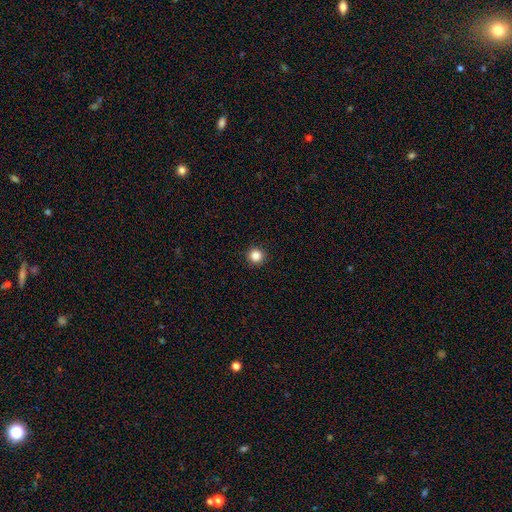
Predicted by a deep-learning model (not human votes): smooth-or-featured: smooth: 86% | star or artifact: 11% | featured or disk: 3%
  how-rounded: round: 96% | in between: 3% | cigar-shaped: 1%
  merging: none: 93% | minor disturbance: 4% | major disturbance: 2% | merger: 1%